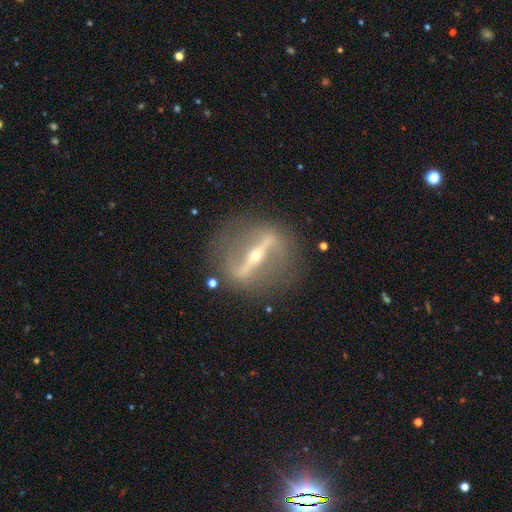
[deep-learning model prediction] Smooth or featured: featured or disk — 86% (smooth — 7%)
Edge-on disk: no — 63% (yes — 37%)
Bar: strong — 87% (weak — 8%)
Spiral arms: no — 60% (yes — 40%)
Bulge size: small — 68% (moderate — 28%)
Merging: none — 81% (minor disturbance — 11%)